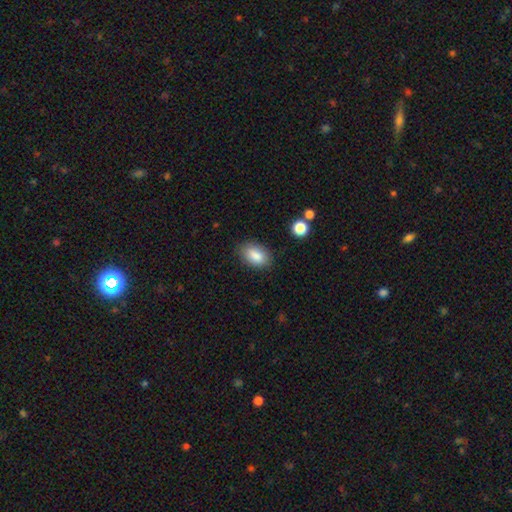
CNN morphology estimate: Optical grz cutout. It shows a smooth galaxy with no disk features (86%) that is in between round and cigar-shaped (89%). Merging: none (81%).